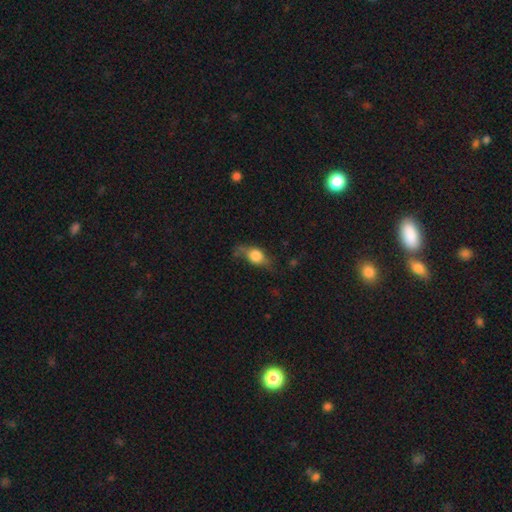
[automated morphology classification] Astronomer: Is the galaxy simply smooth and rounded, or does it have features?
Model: smooth — 67%.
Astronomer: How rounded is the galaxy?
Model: in between — 60%.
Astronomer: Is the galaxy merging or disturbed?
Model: none — 51% (runner-up: minor disturbance, 31%).